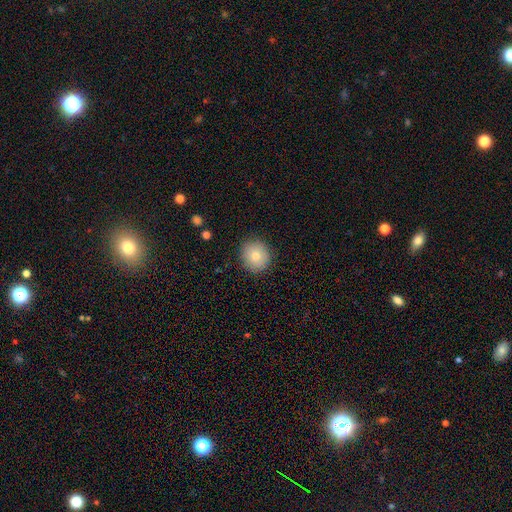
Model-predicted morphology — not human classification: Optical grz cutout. It shows a smooth galaxy with no disk features (78%) that is round (89%). Merging: none (88%).